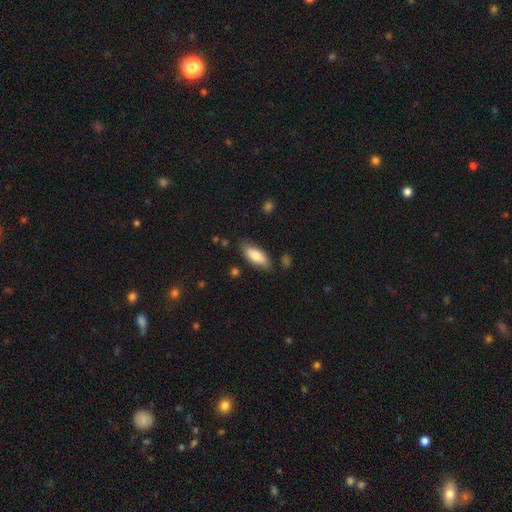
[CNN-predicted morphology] This appears to be a smooth galaxy with no disk features (78%) that is in between round and cigar-shaped (79%). Merging: none (80%).